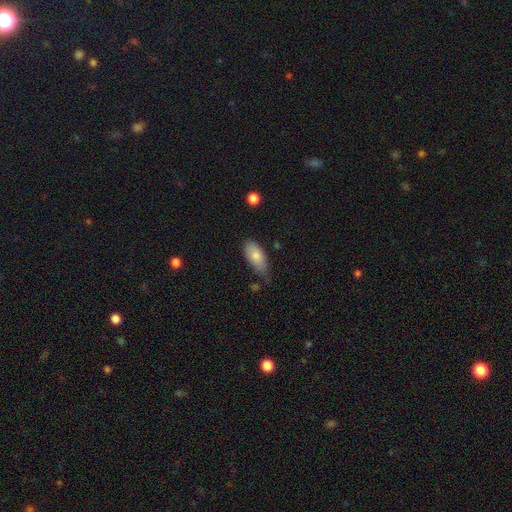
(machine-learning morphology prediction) smooth 81%, featured or disk 13%, star or artifact 7%. Down the decision tree: how rounded — in between (88%); merging — none (58%).